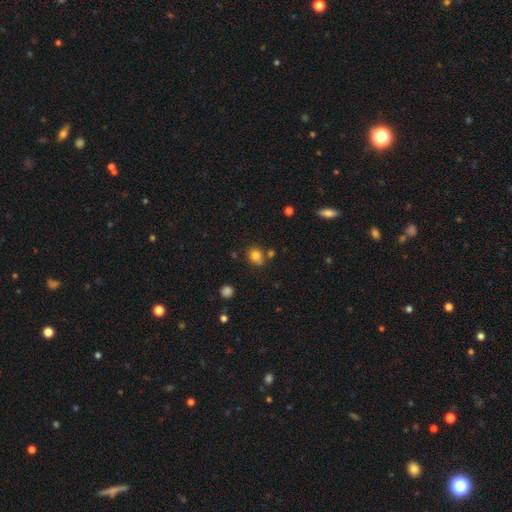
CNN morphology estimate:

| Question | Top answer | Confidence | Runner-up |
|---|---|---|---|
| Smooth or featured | smooth | 80% | star or artifact (13%) |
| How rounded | round | 69% | in between (30%) |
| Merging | none | 63% | merger (18%) |